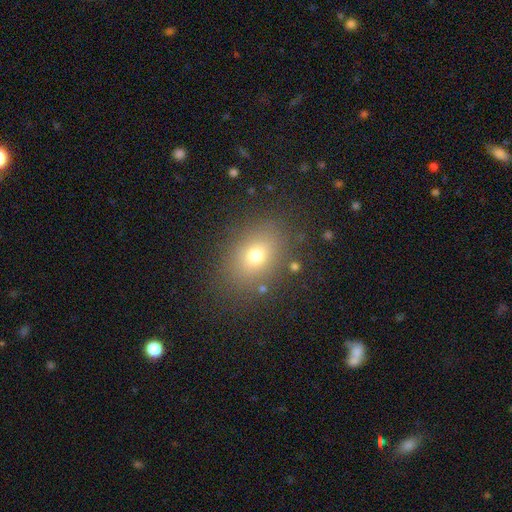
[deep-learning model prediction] Morphology: type=smooth (71%); roundness=in between (68%); merging=none (83%).